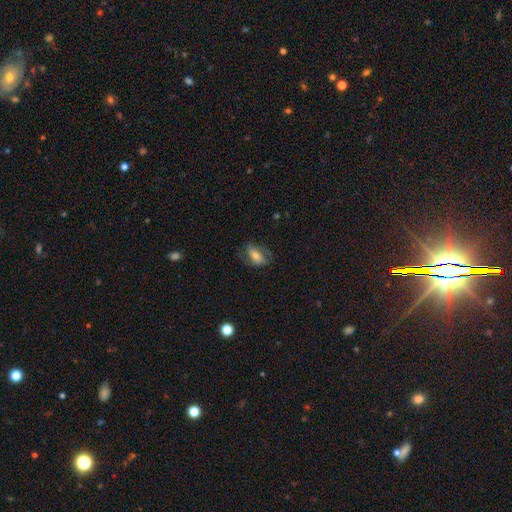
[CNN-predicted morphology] Smooth or featured?
  - smooth: 50% *
  - featured or disk: 42%
  - star or artifact: 9%
Merging?
  - none: 64% *
  - minor disturbance: 21%
  - major disturbance: 13%
  - merger: 1%